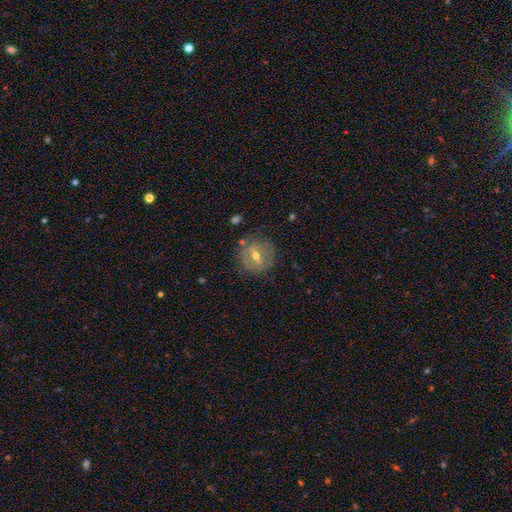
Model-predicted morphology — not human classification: This appears to be a featured or disk galaxy (55%). Merging: none (79%).